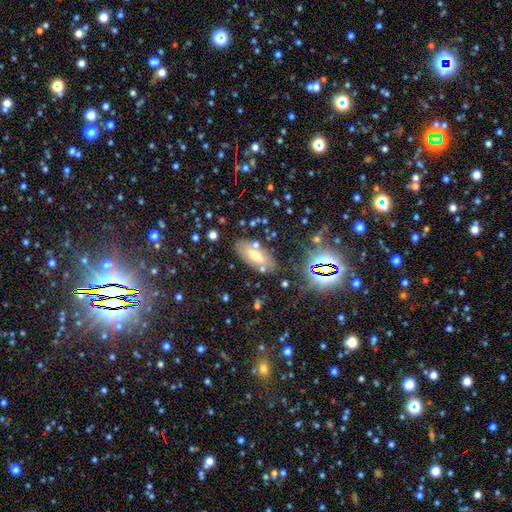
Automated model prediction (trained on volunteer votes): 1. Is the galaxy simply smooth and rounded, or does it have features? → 34% star or artifact (tied), 34% smooth (tied), 32% featured or disk.